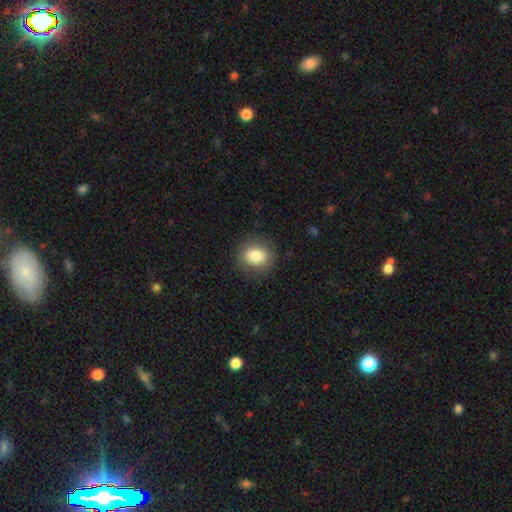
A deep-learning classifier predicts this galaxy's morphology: smooth-or-featured: smooth: 80% | featured or disk: 11% | star or artifact: 9%
  how-rounded: round: 66% | in between: 33% | cigar-shaped: 1%
  merging: none: 83% | minor disturbance: 12% | major disturbance: 4% | merger: 1%